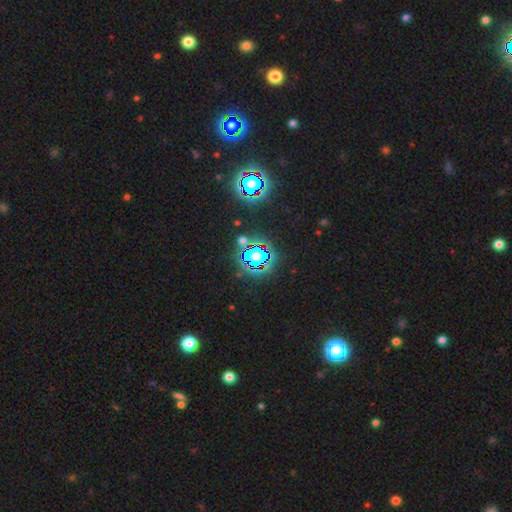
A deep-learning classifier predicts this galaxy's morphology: Smooth or featured: star or artifact — 62% (smooth — 26%)